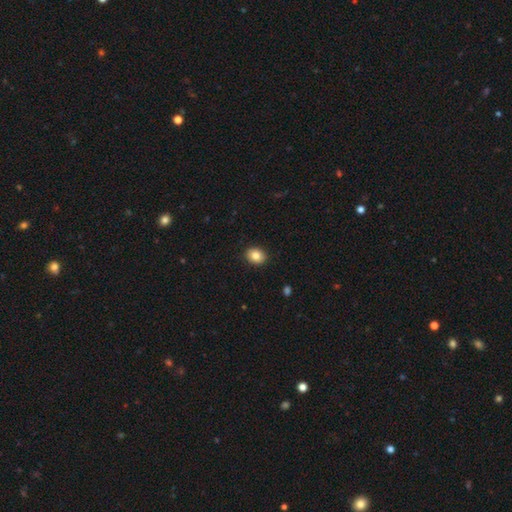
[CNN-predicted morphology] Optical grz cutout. It shows a smooth galaxy with no disk features (85%) that is in between round and cigar-shaped (53%). Merging: none (90%).